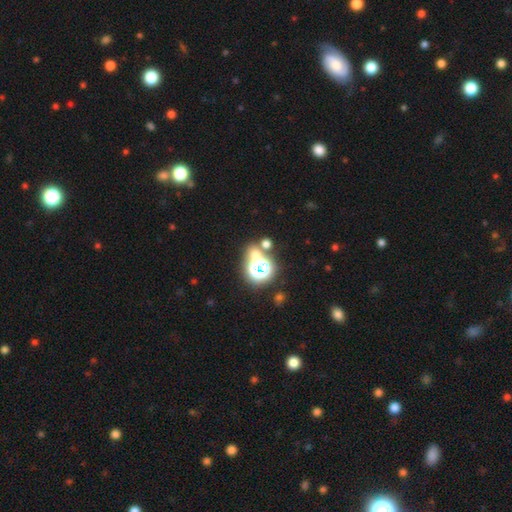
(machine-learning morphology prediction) Overall: smooth (46%; star or artifact 45%). Merging: none (62%; merger 25%).